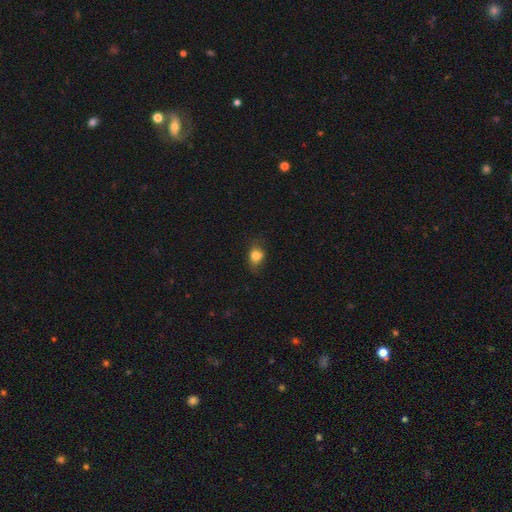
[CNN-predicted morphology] Smooth or featured? Predicted: smooth (p=0.79). How rounded? Predicted: in between (p=0.63). Merging? Predicted: none (p=0.64).